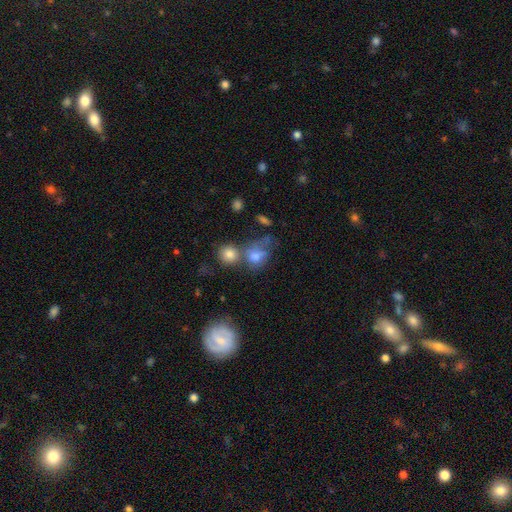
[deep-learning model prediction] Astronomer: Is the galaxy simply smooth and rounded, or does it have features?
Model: smooth — 70%.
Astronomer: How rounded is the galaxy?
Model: in between — 51% (runner-up: round, 47%).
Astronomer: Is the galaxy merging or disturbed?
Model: merger — 40% (runner-up: none, 26%).